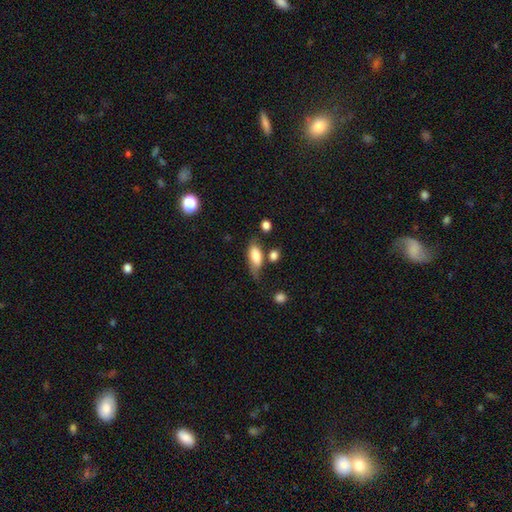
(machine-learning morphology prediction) This is likely a smooth galaxy (77%). How rounded: clearly in between (82%). Merging: possibly none (51%).